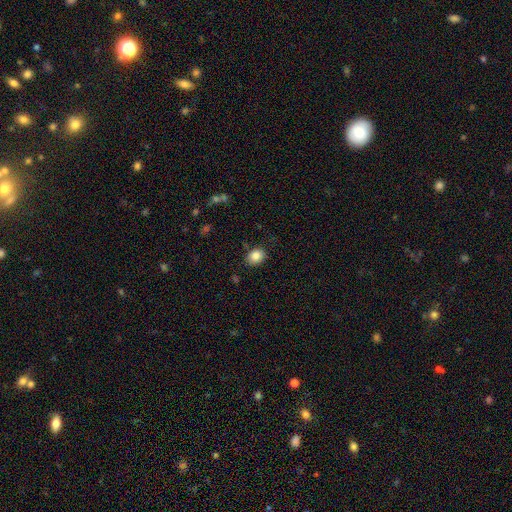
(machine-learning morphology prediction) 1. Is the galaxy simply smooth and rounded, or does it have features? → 85% smooth, 9% star or artifact, 6% featured or disk.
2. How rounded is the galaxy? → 52% in between, 47% round, 1% cigar-shaped.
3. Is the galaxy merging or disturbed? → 81% none, 14% minor disturbance, 3% major disturbance, 2% merger.